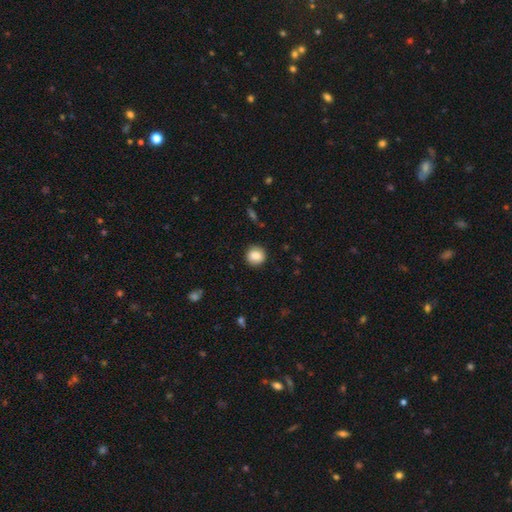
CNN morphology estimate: Smooth or featured? Predicted: smooth (p=0.83). How rounded? Predicted: round (p=0.89). Merging? Predicted: none (p=0.89).